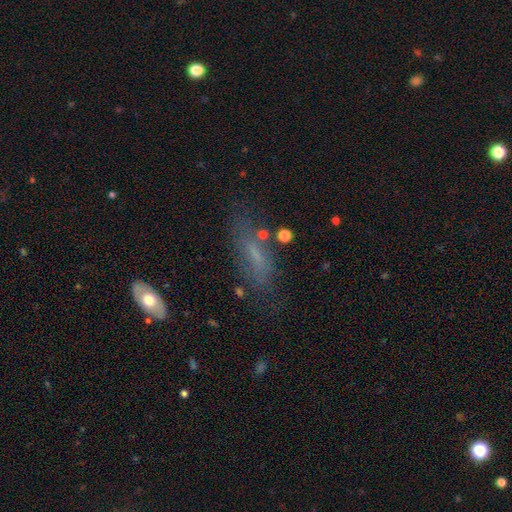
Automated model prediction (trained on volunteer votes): smooth 50%, featured or disk 35%, star or artifact 15%. Down the decision tree: how rounded — in between (54%); merging — none (60%).